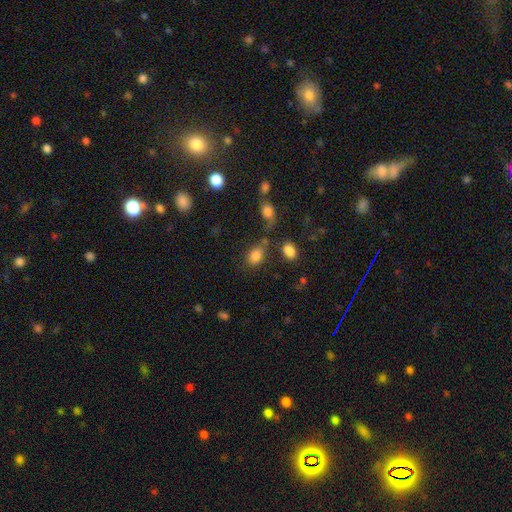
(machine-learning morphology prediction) smooth 82%, star or artifact 12%, featured or disk 6%. Down the decision tree: how rounded — in between (74%); merging — none (57%).